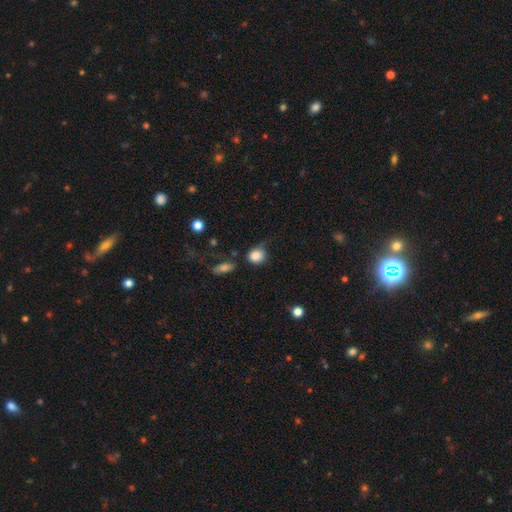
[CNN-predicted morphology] smooth-or-featured: smooth: 84% | star or artifact: 9% | featured or disk: 7%
  how-rounded: round: 74% | in between: 25% | cigar-shaped: 1%
  merging: none: 51% | minor disturbance: 32% | major disturbance: 12% | merger: 6%